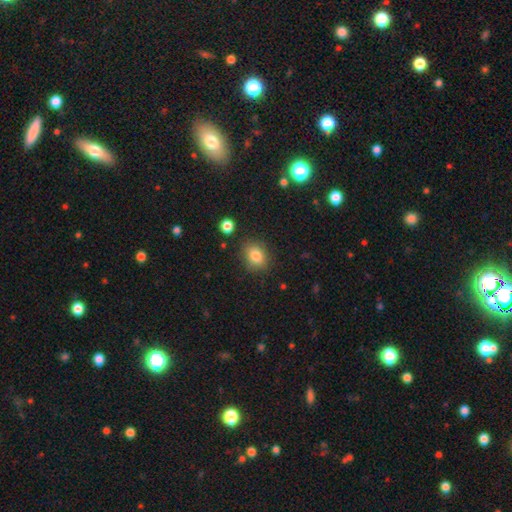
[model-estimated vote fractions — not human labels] A smooth galaxy with no disk features (84%) that is in between round and cigar-shaped (53%).

Vote fractions:
- Smooth or featured? smooth: 84% / star or artifact: 10% / featured or disk: 6%
- How rounded? in between: 53% / round: 45% / cigar-shaped: 1%
- Merging? none: 83% / minor disturbance: 11% / major disturbance: 3% / merger: 2%